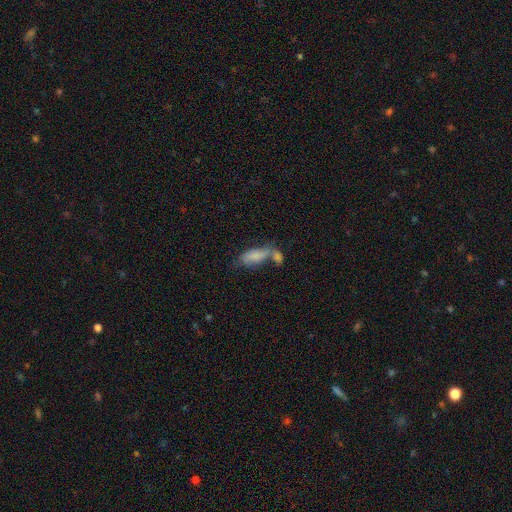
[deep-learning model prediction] Smooth or featured?
  - smooth: 76% *
  - featured or disk: 16%
  - star or artifact: 9%
How rounded?
  - in between: 77% *
  - cigar-shaped: 20%
  - round: 3%
Merging?
  - merger: 51% *
  - none: 25%
  - minor disturbance: 14%
  - major disturbance: 10%